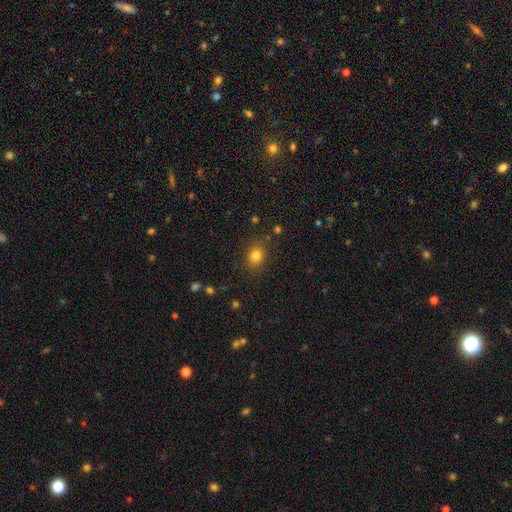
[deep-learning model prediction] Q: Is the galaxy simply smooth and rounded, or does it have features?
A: smooth — 81%.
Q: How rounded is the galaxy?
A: round — 57%.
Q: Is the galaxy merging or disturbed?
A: none — 83%.